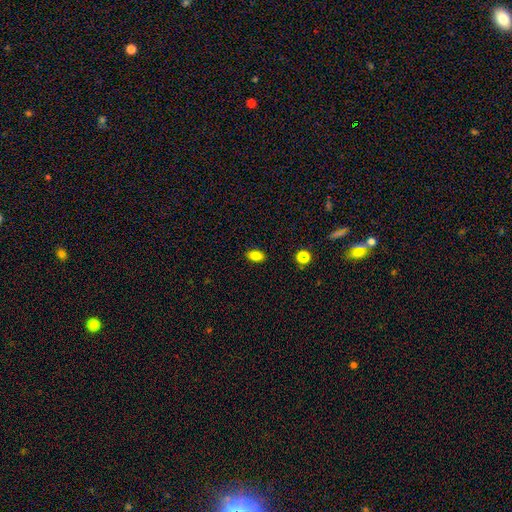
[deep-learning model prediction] A smooth galaxy with no disk features (83%) that is in between round and cigar-shaped (89%). Merging: none (88%).